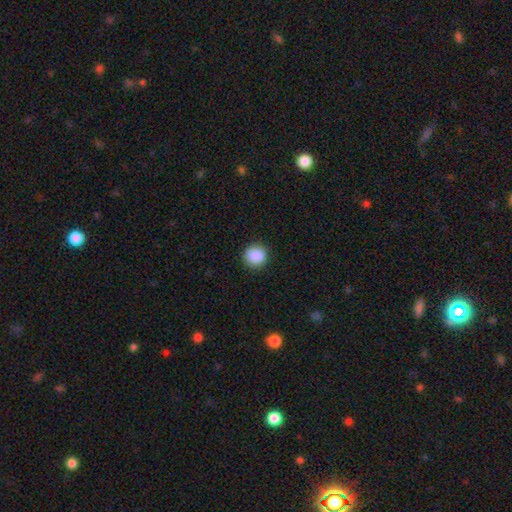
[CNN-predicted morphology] smooth 89%, star or artifact 8%, featured or disk 3%. Down the decision tree: how rounded — round (92%); merging — none (90%).